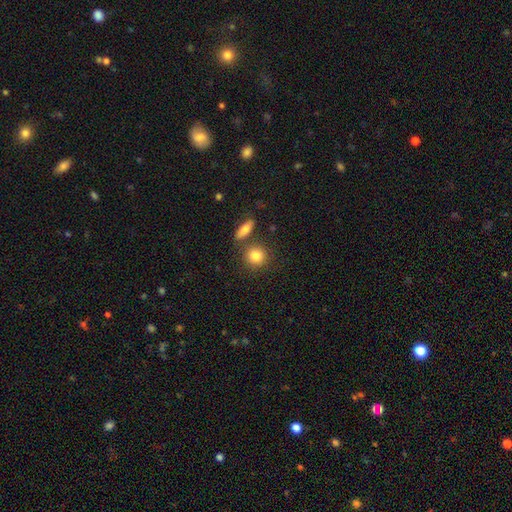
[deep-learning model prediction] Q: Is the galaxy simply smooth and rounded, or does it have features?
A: smooth — 84%.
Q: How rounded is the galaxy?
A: round — 83%.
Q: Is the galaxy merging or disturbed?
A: none — 71%.